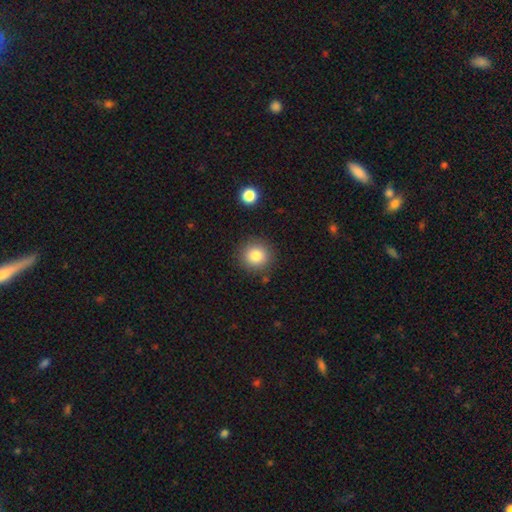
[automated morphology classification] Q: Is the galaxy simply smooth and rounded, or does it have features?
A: smooth — 82%.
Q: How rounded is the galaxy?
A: round — 93%.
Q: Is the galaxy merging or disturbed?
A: none — 88%.